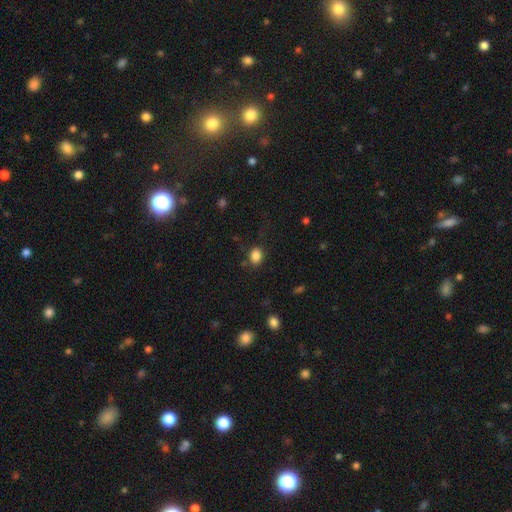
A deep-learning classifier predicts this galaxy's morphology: Smooth or featured?
  - smooth: 86% *
  - star or artifact: 10%
  - featured or disk: 4%
How rounded?
  - in between: 66% *
  - round: 33%
  - cigar-shaped: 1%
Merging?
  - none: 79% *
  - minor disturbance: 14%
  - major disturbance: 4%
  - merger: 3%